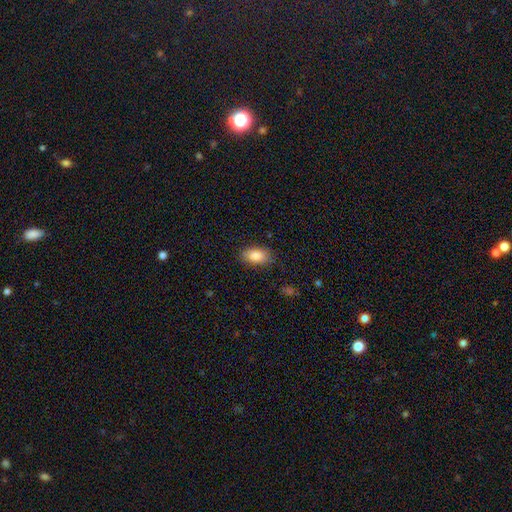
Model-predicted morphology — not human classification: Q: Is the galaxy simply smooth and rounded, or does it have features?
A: smooth — 84%.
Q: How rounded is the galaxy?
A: in between — 90%.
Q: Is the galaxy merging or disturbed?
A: none — 84%.